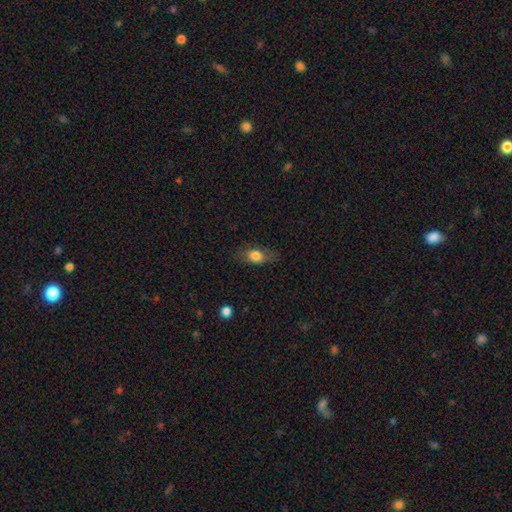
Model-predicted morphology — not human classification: Smooth or featured? smooth (73%)
How rounded? in between (78%)
Merging? none (76%)